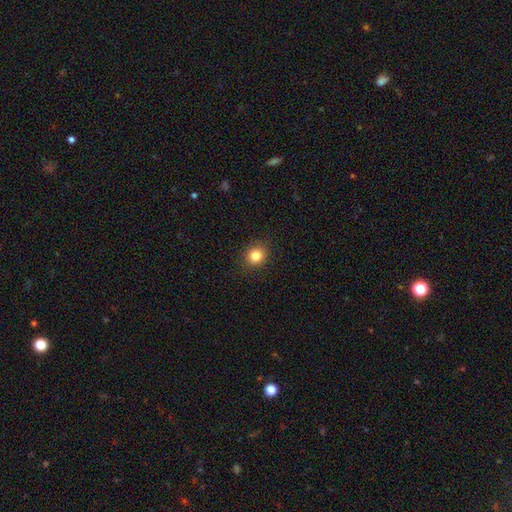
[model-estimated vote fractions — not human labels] Q: Smooth or featured?
A: smooth (83%); runner-up: star or artifact (11%)
Q: How rounded?
A: round (77%); runner-up: in between (22%)
Q: Merging?
A: none (89%); runner-up: minor disturbance (8%)